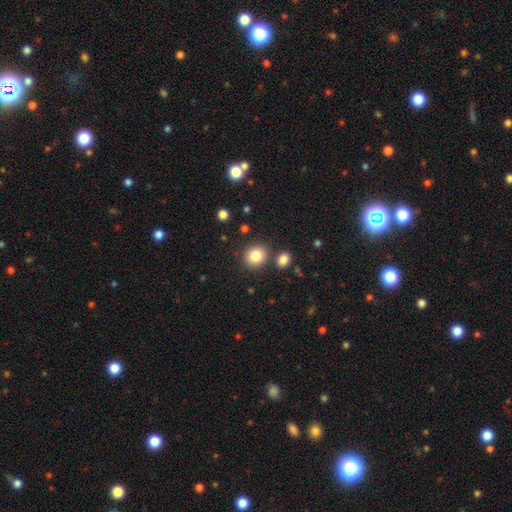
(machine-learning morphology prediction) Smooth or featured: smooth — 84% (star or artifact — 10%)
How rounded: round — 78% (in between — 21%)
Merging: none — 80% (merger — 9%)